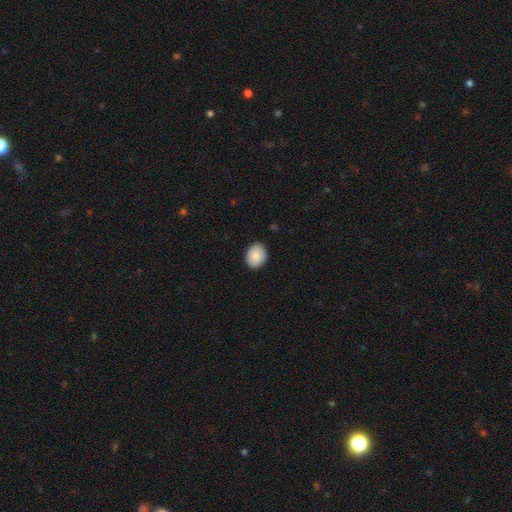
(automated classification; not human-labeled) smooth-or-featured: smooth: 89% | star or artifact: 7% | featured or disk: 4%
  how-rounded: in between: 50% | round: 49% | cigar-shaped: 1%
  merging: none: 90% | minor disturbance: 8% | major disturbance: 2% | merger: 1%